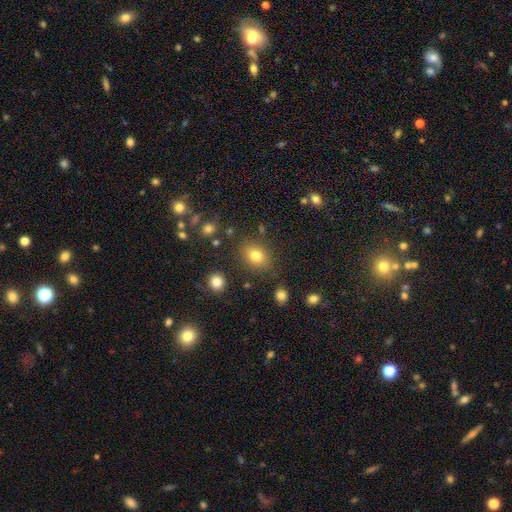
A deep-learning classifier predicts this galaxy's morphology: Overall: smooth (79%). How rounded: in between (62%; round 37%). Merging: none (81%).